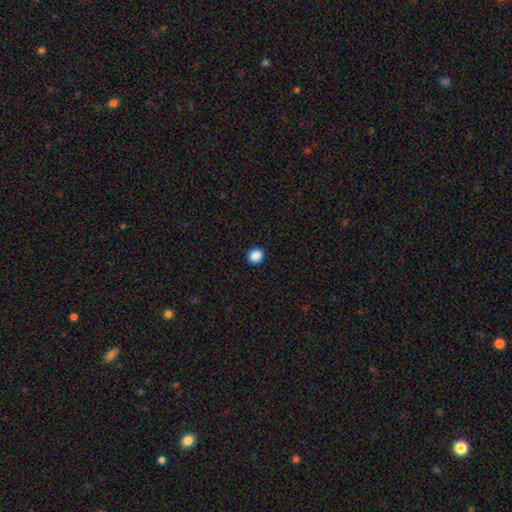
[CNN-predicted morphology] smooth-or-featured: smooth: 89% | star or artifact: 9% | featured or disk: 2%
  how-rounded: round: 75% | in between: 24% | cigar-shaped: 1%
  merging: none: 92% | minor disturbance: 5% | major disturbance: 2% | merger: 1%